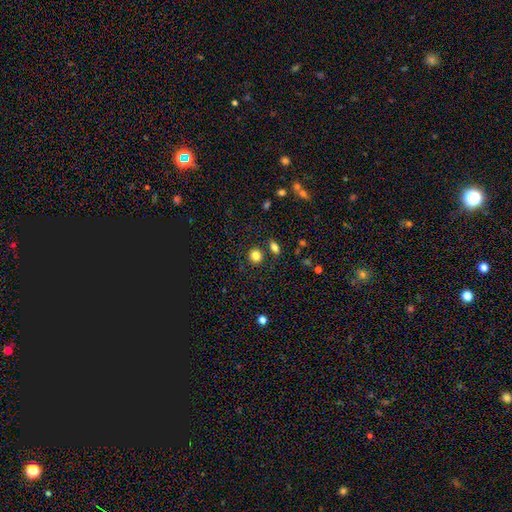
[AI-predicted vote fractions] Q: Smooth or featured?
A: smooth (83%); runner-up: star or artifact (11%)
Q: How rounded?
A: round (84%); runner-up: in between (15%)
Q: Merging?
A: none (81%); runner-up: merger (8%)